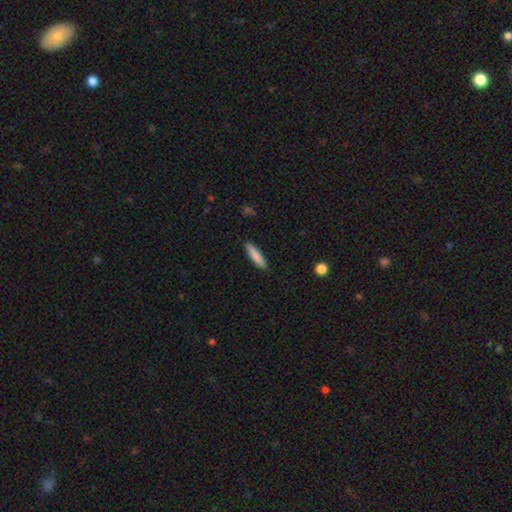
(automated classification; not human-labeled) A smooth galaxy with no disk features (84%) that is cigar-shaped (83%).

Vote fractions:
- Smooth or featured? smooth: 84% / featured or disk: 10% / star or artifact: 6%
- How rounded? cigar-shaped: 83% / in between: 16% / round: 1%
- Merging? none: 89% / minor disturbance: 8% / major disturbance: 2% / merger: 1%